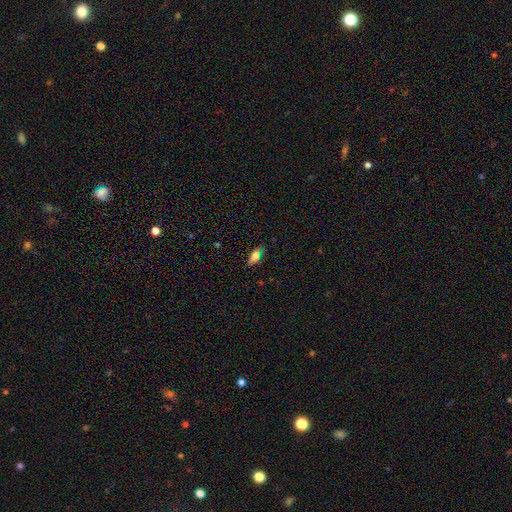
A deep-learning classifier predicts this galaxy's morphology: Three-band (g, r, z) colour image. It shows a smooth galaxy with no disk features (73%) that is in between round and cigar-shaped (81%). Merging: none (82%).